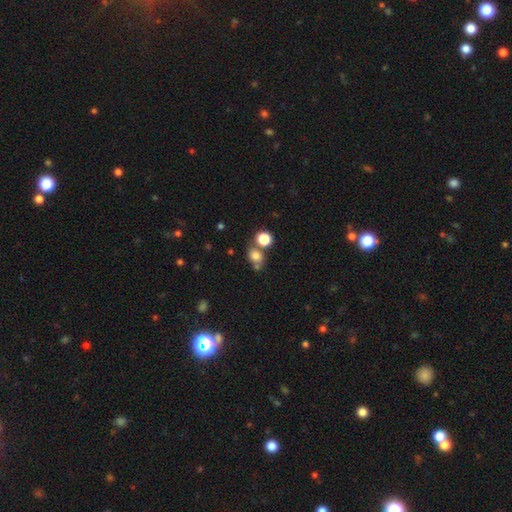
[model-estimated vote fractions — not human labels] This appears to be a smooth galaxy with no disk features (76%) that is round (67%). Merging: none (56%).